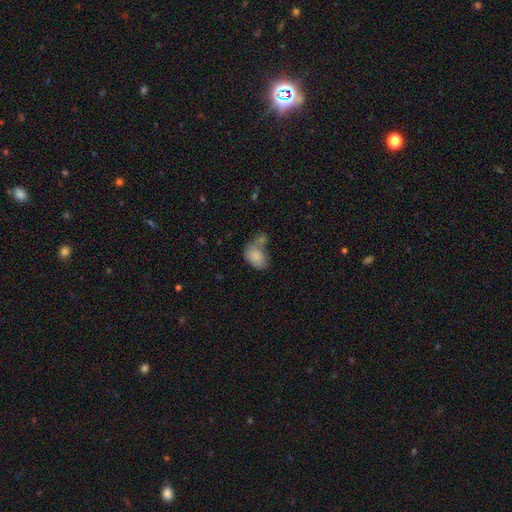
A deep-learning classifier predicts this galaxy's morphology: smooth 83%, featured or disk 9%, star or artifact 7%. Down the decision tree: how rounded — in between (84%); merging — merger (40%).